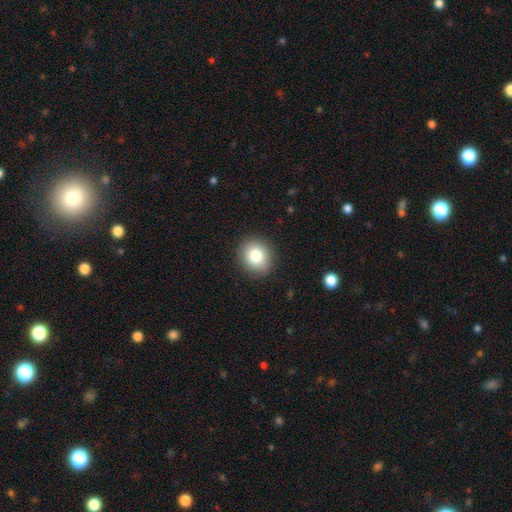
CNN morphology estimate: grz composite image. It shows a smooth galaxy with no disk features (82%) that is round (78%). Merging: none (90%).